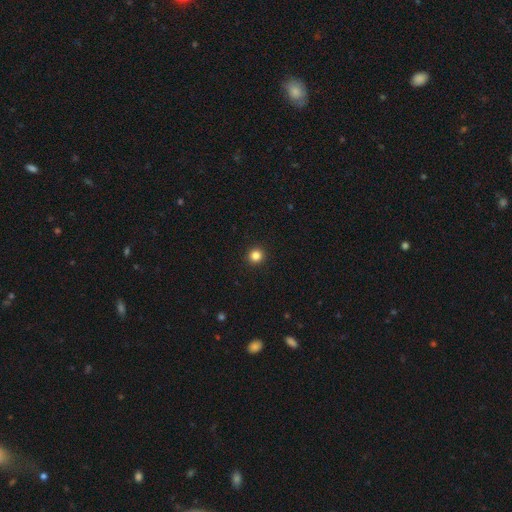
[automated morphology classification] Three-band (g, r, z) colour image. It shows a smooth galaxy with no disk features (84%) that is round (95%). Merging: none (94%).